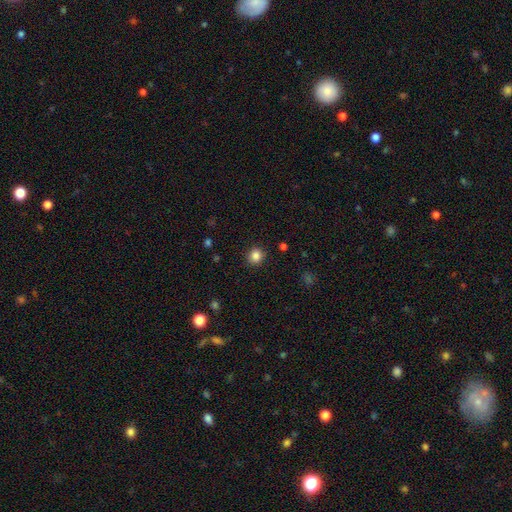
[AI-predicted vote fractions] Q: Smooth or featured?
A: smooth (85%); runner-up: star or artifact (11%)
Q: How rounded?
A: round (85%); runner-up: in between (15%)
Q: Merging?
A: none (90%); runner-up: minor disturbance (7%)